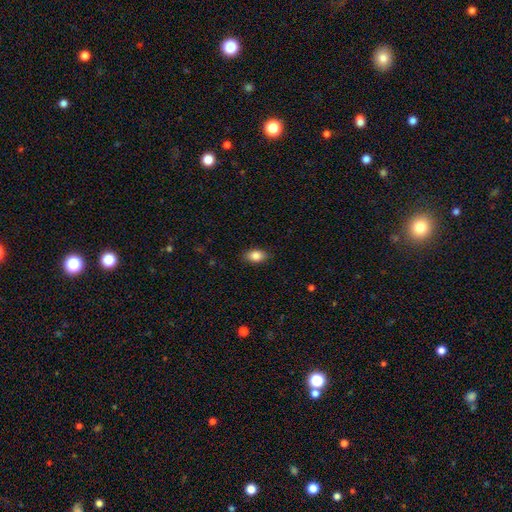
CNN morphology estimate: Smooth or featured: smooth — 86% (star or artifact — 8%)
How rounded: in between — 88% (round — 9%)
Merging: none — 87% (minor disturbance — 10%)